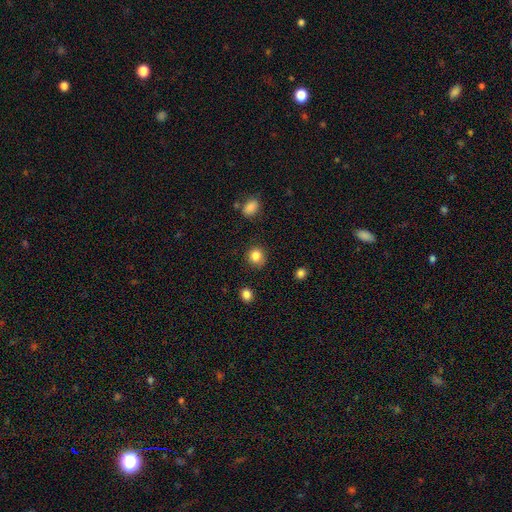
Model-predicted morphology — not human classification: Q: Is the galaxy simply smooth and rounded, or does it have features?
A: smooth — 85%.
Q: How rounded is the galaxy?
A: round — 87%.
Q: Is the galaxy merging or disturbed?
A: none — 84%.